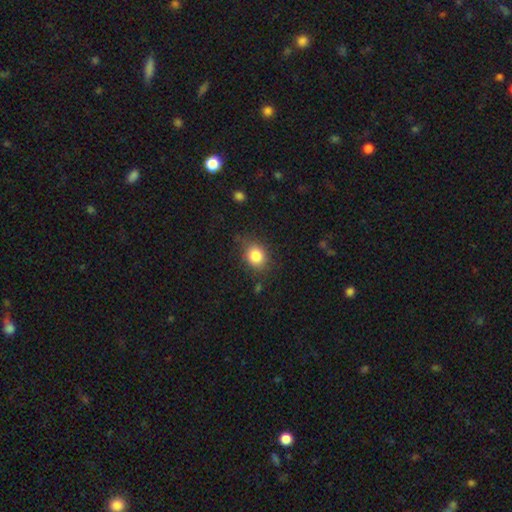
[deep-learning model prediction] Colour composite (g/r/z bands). It shows a smooth galaxy with no disk features (83%) that is round (64%). Merging: none (77%).